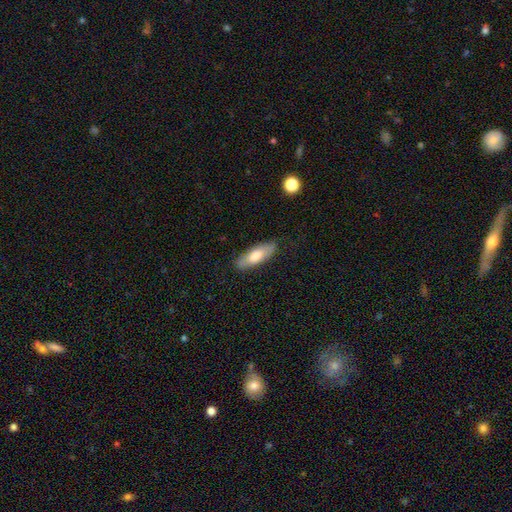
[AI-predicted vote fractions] The model was most divided on "how rounded": in between: 64%, cigar-shaped: 34%, round: 2%. More confident: merging — none (83%); smooth or featured — smooth (69%).